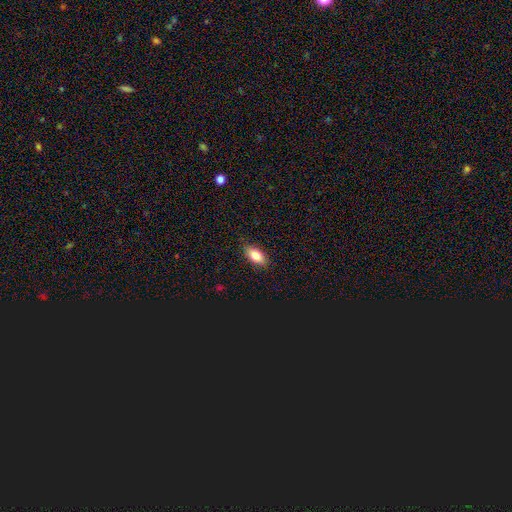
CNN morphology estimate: Smooth or featured: smooth — 81% (featured or disk — 11%)
How rounded: in between — 88% (cigar-shaped — 7%)
Merging: none — 86% (minor disturbance — 11%)